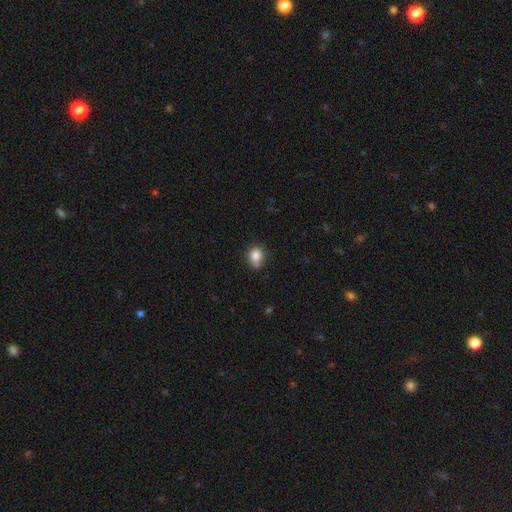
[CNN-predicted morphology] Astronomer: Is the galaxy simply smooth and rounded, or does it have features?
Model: smooth — 83%.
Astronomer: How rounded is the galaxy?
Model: round — 75%.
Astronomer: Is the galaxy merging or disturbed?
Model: none — 62%.